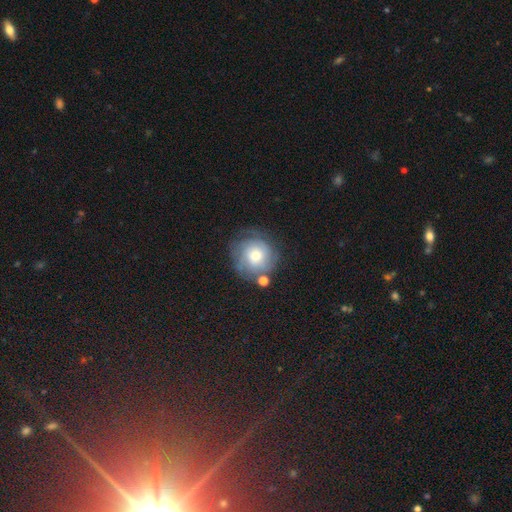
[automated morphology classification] The model was most divided on "smooth or featured": featured or disk: 57%, smooth: 33%, star or artifact: 9%. More confident: edge-on disk — no (97%); spiral arms — yes (81%); bar — no (81%); merging — none (67%); bulge size — moderate (62%).